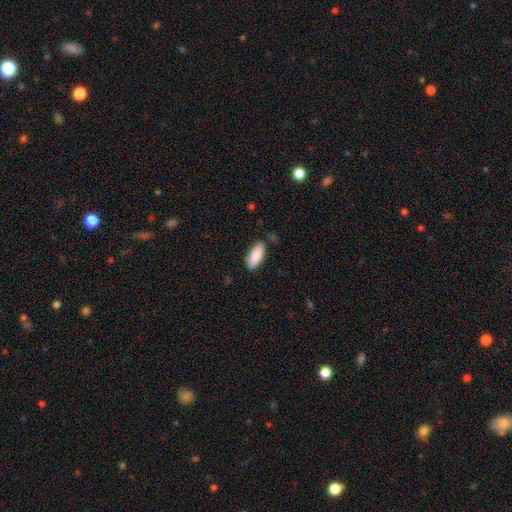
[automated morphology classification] Overall: smooth (89%). How rounded: in between (77%). Merging: none (83%).